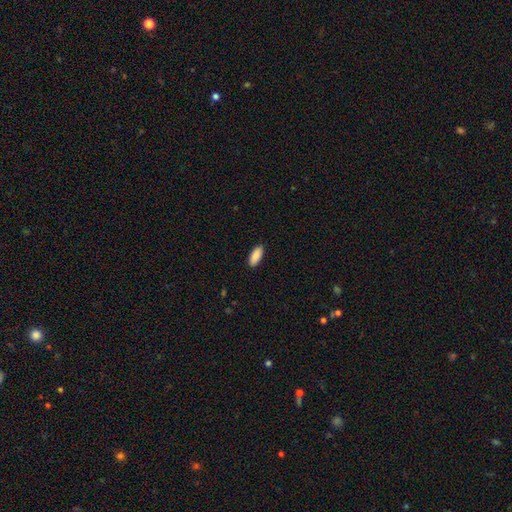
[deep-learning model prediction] Smooth or featured? Predicted: smooth (p=0.90). How rounded? Predicted: in between (p=0.81). Merging? Predicted: none (p=0.89).